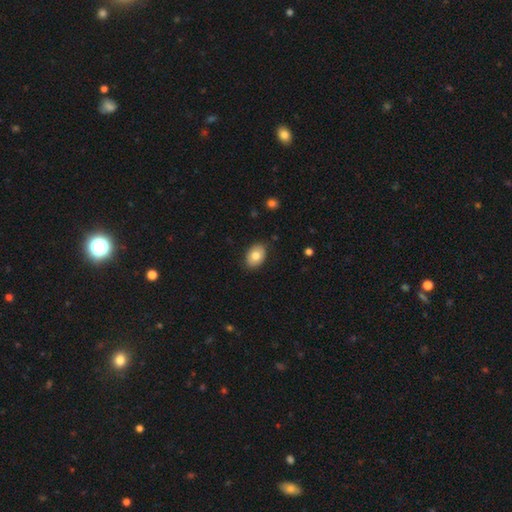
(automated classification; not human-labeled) A smooth galaxy with no disk features (80%) that is in between round and cigar-shaped (84%). Merging: none (86%).